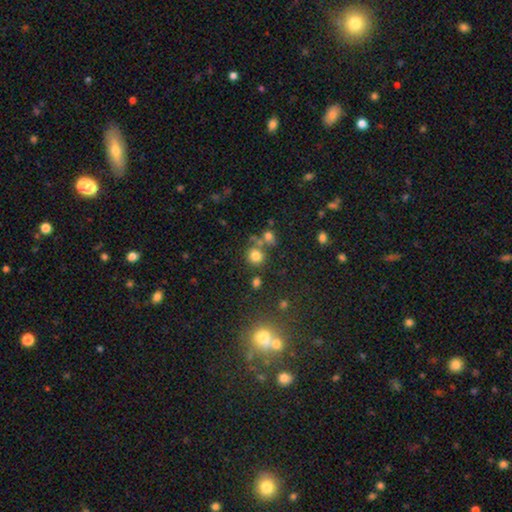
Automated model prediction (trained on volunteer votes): This is likely a smooth galaxy (75%). How rounded: clearly round (84%). Merging: likely none (64%).